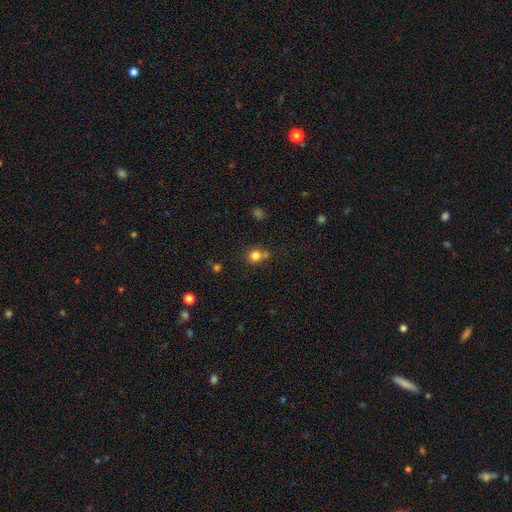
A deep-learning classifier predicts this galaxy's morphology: This is clearly a smooth galaxy (81%). How rounded: clearly round (86%). Merging: likely none (60%).